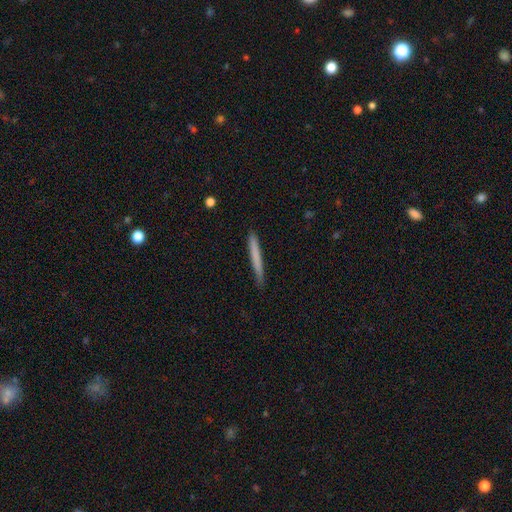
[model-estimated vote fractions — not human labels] Smooth or featured? Predicted: smooth (p=0.71). How rounded? Predicted: cigar-shaped (p=0.97). Merging? Predicted: none (p=0.86).